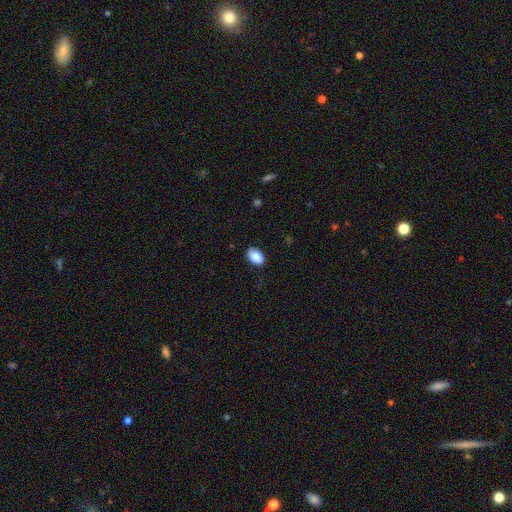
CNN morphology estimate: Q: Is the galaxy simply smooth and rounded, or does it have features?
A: smooth — 88%.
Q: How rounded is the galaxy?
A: in between — 90%.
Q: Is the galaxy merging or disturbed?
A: none — 86%.